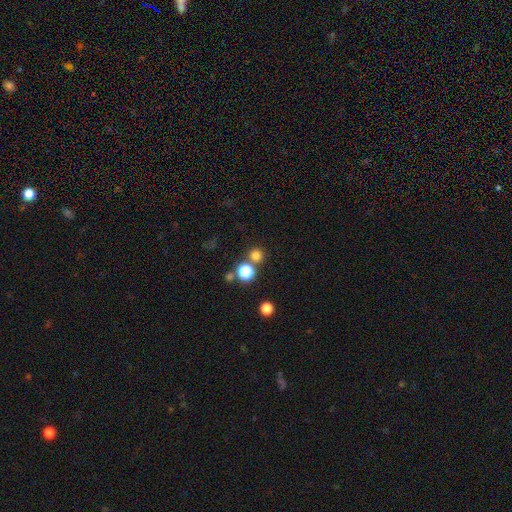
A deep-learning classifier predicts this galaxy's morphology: A smooth galaxy with no disk features (76%) that is round (94%). Merging: none (75%).